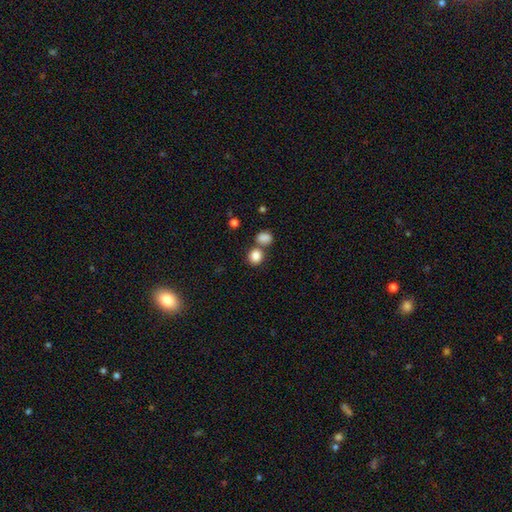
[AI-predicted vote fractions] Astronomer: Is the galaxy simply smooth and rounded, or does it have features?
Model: smooth — 85%.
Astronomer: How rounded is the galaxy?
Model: round — 80%.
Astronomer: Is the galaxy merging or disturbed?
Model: none — 61%.